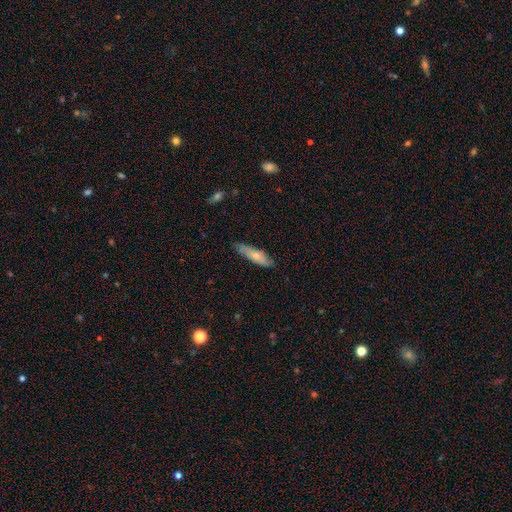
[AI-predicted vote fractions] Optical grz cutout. It shows a smooth galaxy with no disk features (62%) that is cigar-shaped (58%). Merging: none (71%).